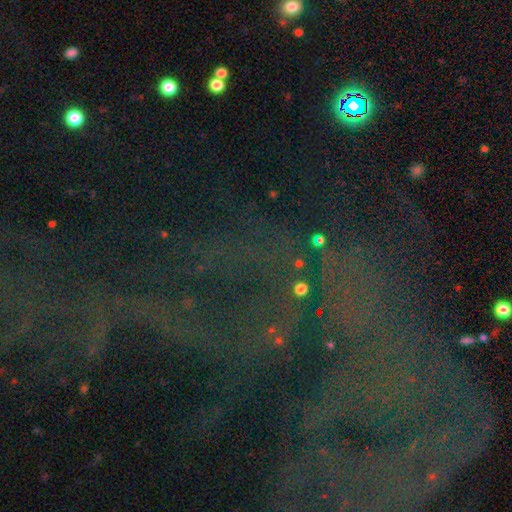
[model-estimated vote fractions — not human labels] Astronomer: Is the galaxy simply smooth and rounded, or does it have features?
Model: star or artifact — 77%.